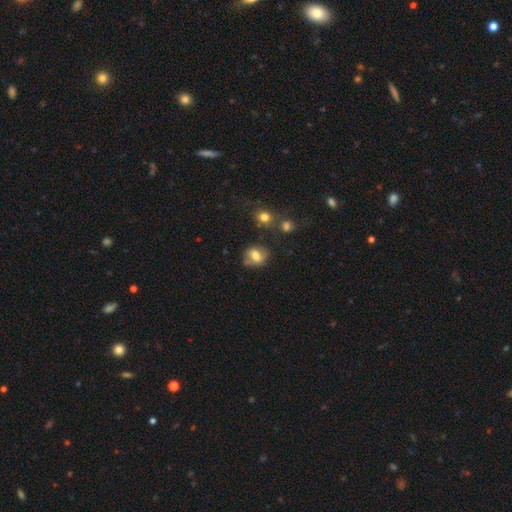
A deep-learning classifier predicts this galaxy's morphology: smooth_or_featured: smooth (p=0.62) [alt: featured or disk p=0.28]
how_rounded: in between (p=0.52) [alt: round p=0.46]
merging: none (p=0.60) [alt: minor disturbance p=0.22]